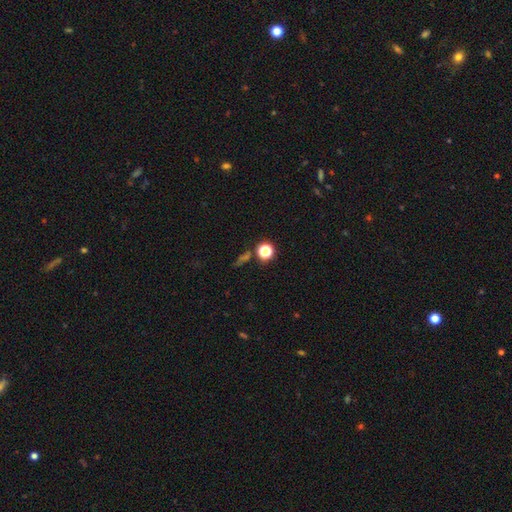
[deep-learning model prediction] Smooth or featured?
  - star or artifact: 52% *
  - smooth: 34%
  - featured or disk: 14%